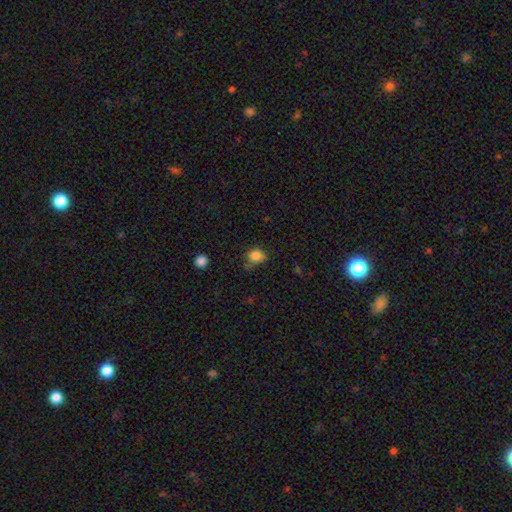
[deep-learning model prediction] Smooth or featured: smooth — 82% (star or artifact — 12%)
How rounded: round — 55% (in between — 44%)
Merging: none — 59% (minor disturbance — 26%)